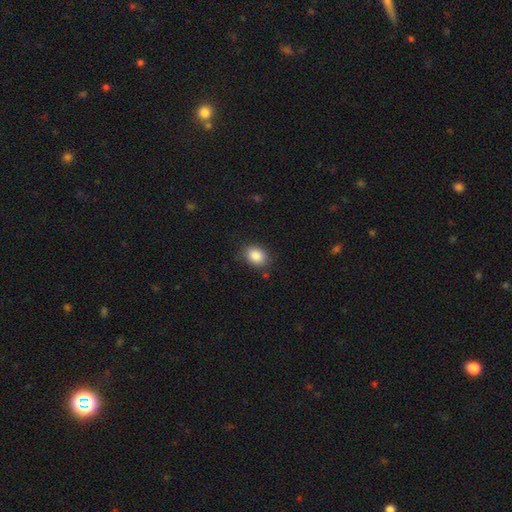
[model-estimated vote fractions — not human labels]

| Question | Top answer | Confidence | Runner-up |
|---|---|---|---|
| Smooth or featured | smooth | 87% | star or artifact (8%) |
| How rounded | in between | 62% | round (37%) |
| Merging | none | 84% | minor disturbance (11%) |